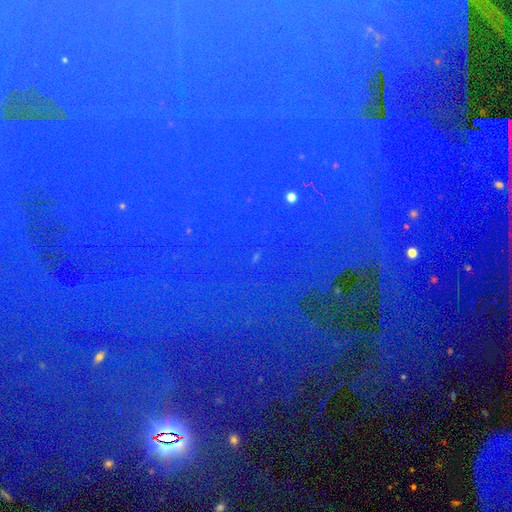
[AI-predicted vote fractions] A star or artifact, not a galaxy (82%).

Vote fractions:
- Smooth or featured? star or artifact: 82% / featured or disk: 9% / smooth: 9%